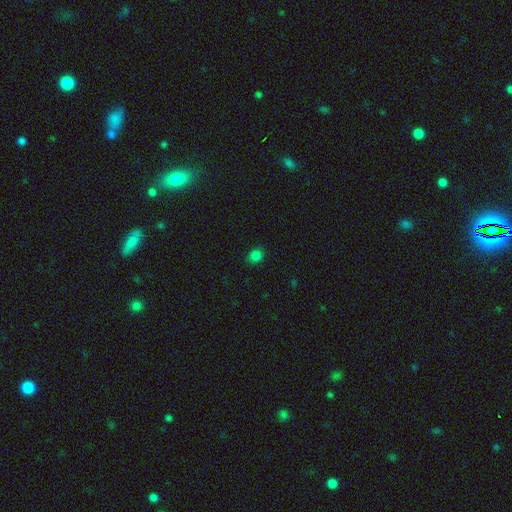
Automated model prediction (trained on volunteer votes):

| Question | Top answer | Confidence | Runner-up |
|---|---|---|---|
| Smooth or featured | smooth | 81% | star or artifact (15%) |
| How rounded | round | 68% | in between (31%) |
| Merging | none | 87% | minor disturbance (10%) |